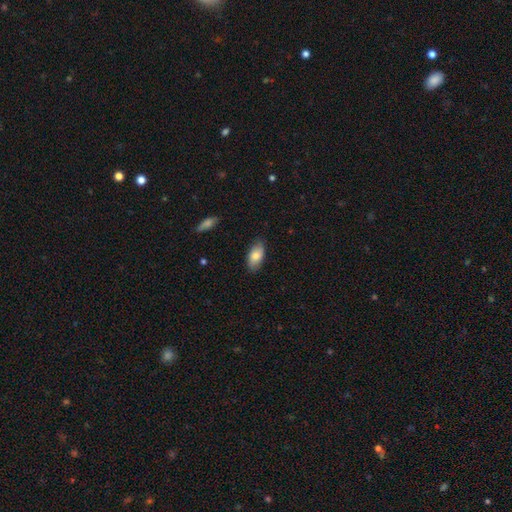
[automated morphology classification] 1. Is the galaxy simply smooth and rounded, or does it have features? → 79% smooth, 15% featured or disk, 6% star or artifact.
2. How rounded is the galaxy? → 92% in between, 5% cigar-shaped, 3% round.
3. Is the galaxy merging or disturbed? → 83% none, 13% minor disturbance, 2% major disturbance, 1% merger.